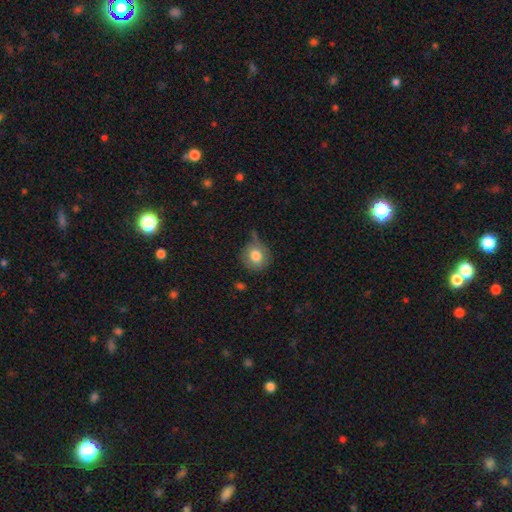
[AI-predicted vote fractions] Smooth or featured? smooth (81%)
How rounded? round (86%)
Merging? none (69%)